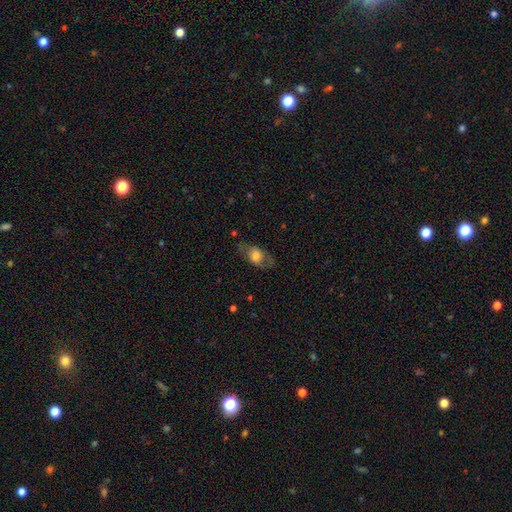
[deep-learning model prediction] Smooth or featured: smooth — 57% (featured or disk — 34%)
How rounded: in between — 79% (round — 16%)
Merging: none — 63% (minor disturbance — 22%)